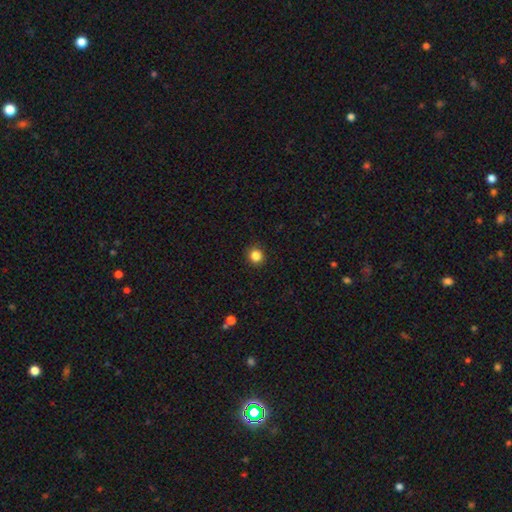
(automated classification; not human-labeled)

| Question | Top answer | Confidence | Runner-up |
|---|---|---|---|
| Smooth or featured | smooth | 84% | star or artifact (12%) |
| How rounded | round | 92% | in between (7%) |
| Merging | none | 91% | minor disturbance (6%) |